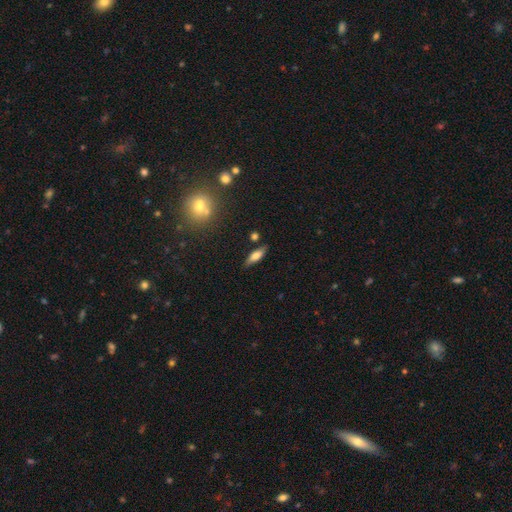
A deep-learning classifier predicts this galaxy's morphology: Smooth or featured: smooth — 56% (featured or disk — 36%)
How rounded: cigar-shaped — 49% (in between — 48%)
Merging: none — 81% (minor disturbance — 13%)